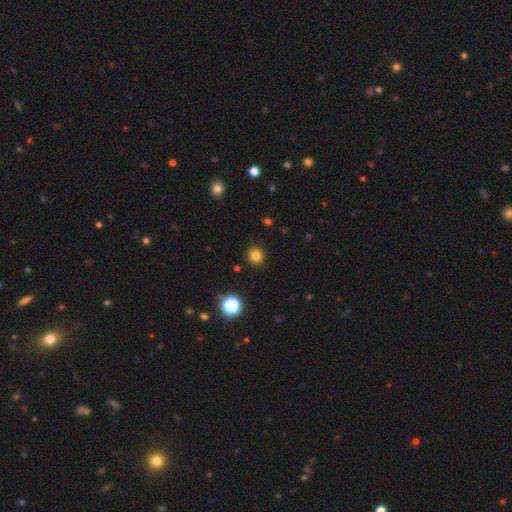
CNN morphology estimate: Q: Smooth or featured?
A: smooth (81%); runner-up: star or artifact (15%)
Q: How rounded?
A: round (94%); runner-up: in between (5%)
Q: Merging?
A: none (92%); runner-up: minor disturbance (5%)